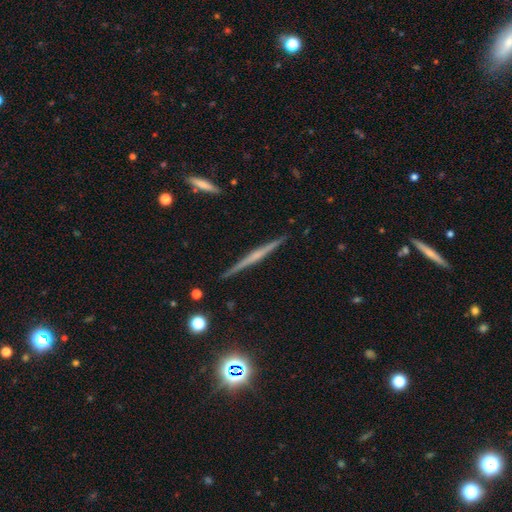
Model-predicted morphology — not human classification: Q: Smooth or featured?
A: featured or disk (72%); runner-up: smooth (20%)
Q: Edge-on disk?
A: yes (98%); runner-up: no (2%)
Q: Edge-on bulge?
A: rounded (44%); runner-up: none (42%)
Q: Merging?
A: none (91%); runner-up: minor disturbance (6%)